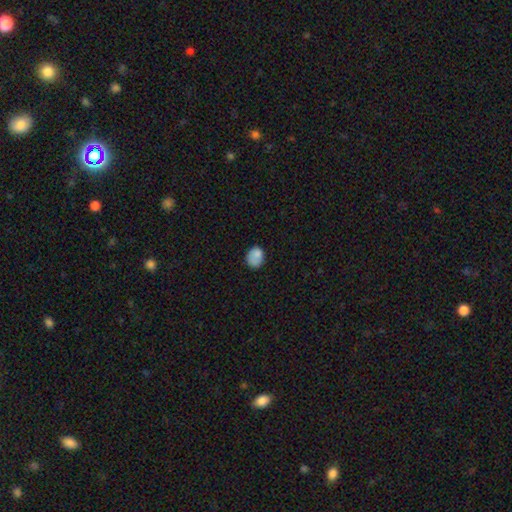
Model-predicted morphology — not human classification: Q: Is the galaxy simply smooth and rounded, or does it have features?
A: smooth — 81%.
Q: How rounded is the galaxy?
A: round — 52%.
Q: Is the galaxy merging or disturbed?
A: none — 60%.